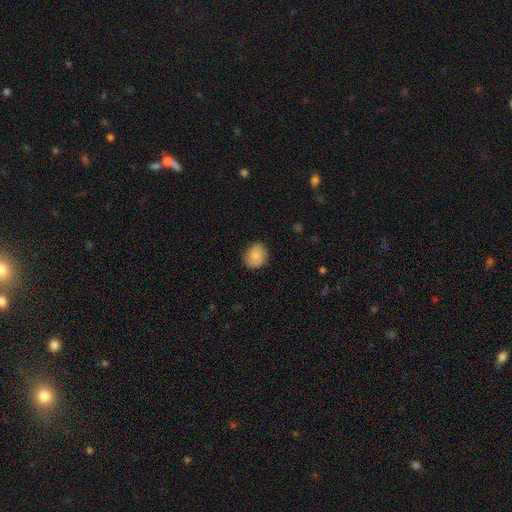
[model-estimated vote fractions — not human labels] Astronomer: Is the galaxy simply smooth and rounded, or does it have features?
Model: smooth — 82%.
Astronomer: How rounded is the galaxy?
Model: round — 69%.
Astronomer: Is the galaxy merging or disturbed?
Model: none — 79%.